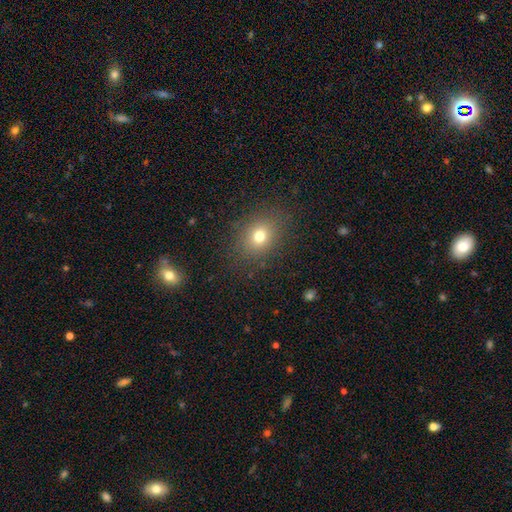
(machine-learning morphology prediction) Q: Smooth or featured?
A: smooth (67%); runner-up: star or artifact (24%)
Q: How rounded?
A: round (52%); runner-up: in between (46%)
Q: Merging?
A: none (89%); runner-up: minor disturbance (7%)